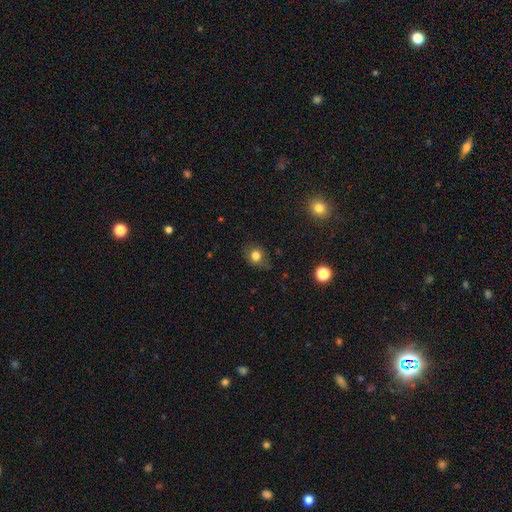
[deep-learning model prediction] Smooth or featured? smooth (79%)
How rounded? round (68%)
Merging? none (74%)